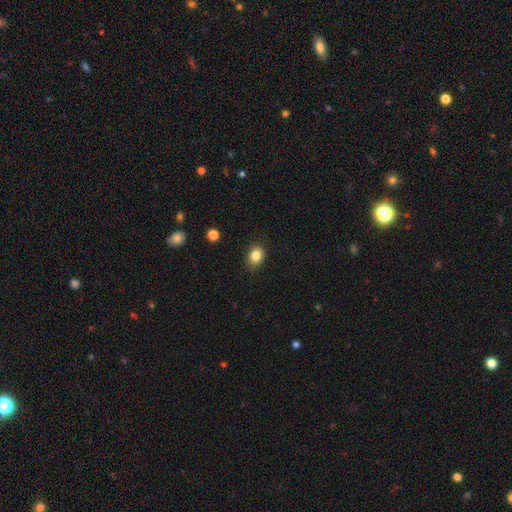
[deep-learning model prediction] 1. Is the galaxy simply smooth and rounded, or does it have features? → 84% smooth, 10% star or artifact, 6% featured or disk.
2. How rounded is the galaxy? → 58% in between, 41% round, 1% cigar-shaped.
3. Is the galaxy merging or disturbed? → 86% none, 11% minor disturbance, 2% major disturbance, 1% merger.